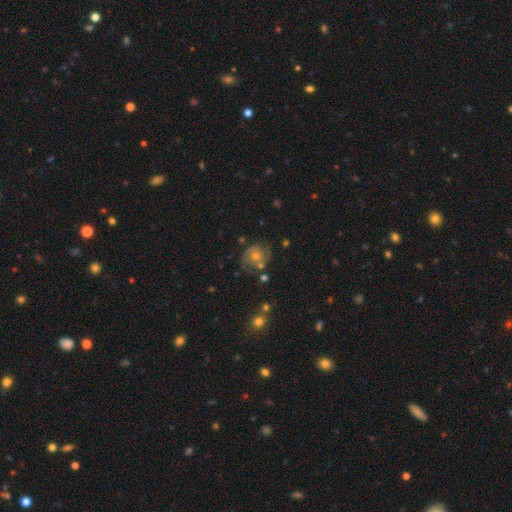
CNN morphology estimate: This appears to be a featured or disk galaxy (46%). Merging: none (67%).